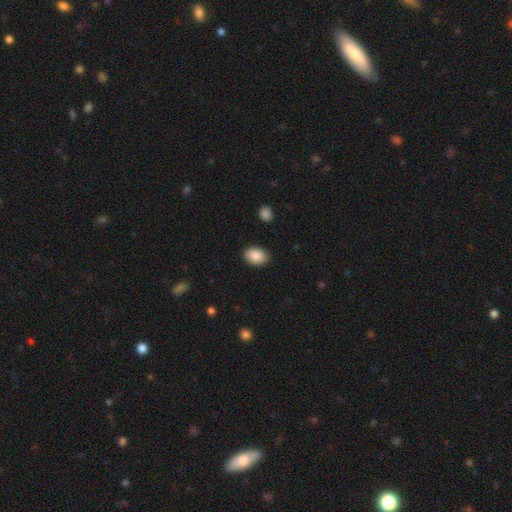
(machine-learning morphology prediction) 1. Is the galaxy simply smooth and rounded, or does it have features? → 89% smooth, 7% star or artifact, 4% featured or disk.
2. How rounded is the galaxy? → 81% in between, 18% round, 1% cigar-shaped.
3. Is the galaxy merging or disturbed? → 88% none, 8% minor disturbance, 2% major disturbance, 1% merger.